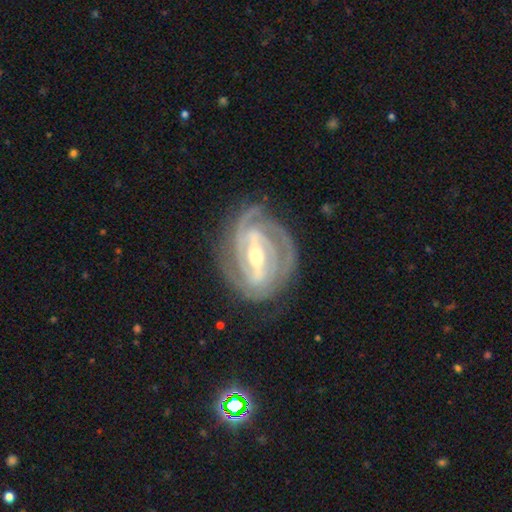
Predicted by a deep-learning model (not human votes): smooth_or_featured: featured or disk (p=0.91) [alt: star or artifact p=0.05]
disk_edge_on: no (p=0.96) [alt: yes p=0.04]
bar: strong (p=0.65) [alt: weak p=0.26]
has_spiral_arms: yes (p=0.98) [alt: no p=0.02]
spiral_winding: tight (p=0.70) [alt: medium p=0.25]
spiral_arm_count: 3 (p=0.34) [alt: 2 p=0.32]
bulge_size: moderate (p=0.51) [alt: small p=0.45]
merging: none (p=0.76) [alt: minor disturbance p=0.16]